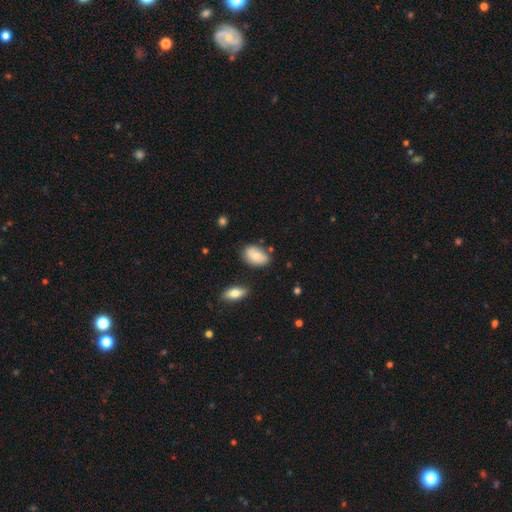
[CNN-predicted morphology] Smooth or featured? smooth (69%)
How rounded? in between (91%)
Merging? none (69%)